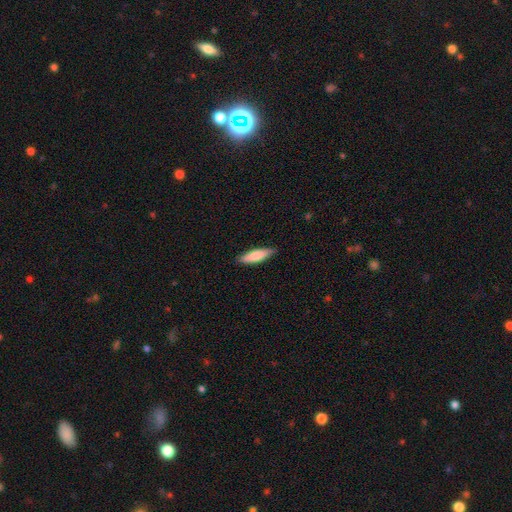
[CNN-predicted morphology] Smooth or featured? smooth (79%)
How rounded? cigar-shaped (63%)
Merging? none (87%)